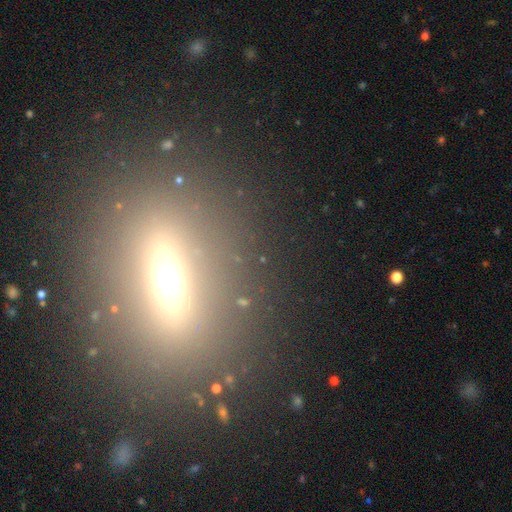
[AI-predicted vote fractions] The model was most divided on "smooth or featured": featured or disk: 42%, smooth: 38%, star or artifact: 20%. More confident: merging — none (85%).